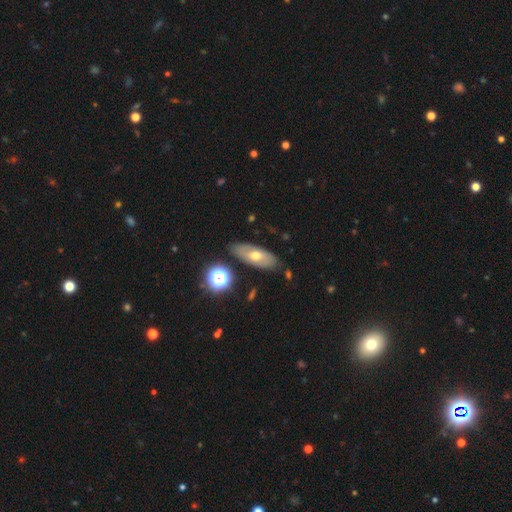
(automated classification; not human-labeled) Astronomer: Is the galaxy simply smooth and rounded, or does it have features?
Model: smooth — 48% (runner-up: featured or disk, 43%).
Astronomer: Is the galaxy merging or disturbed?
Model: none — 82%.